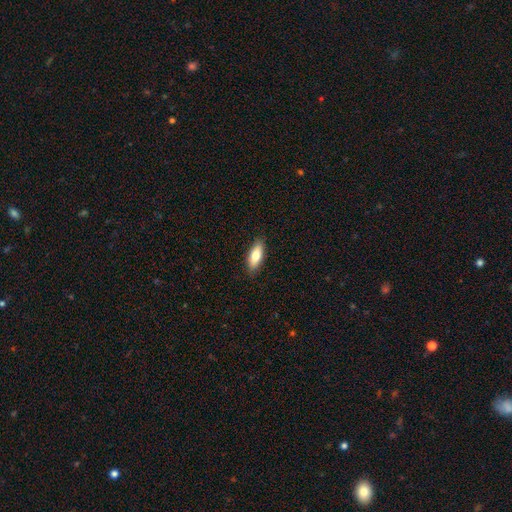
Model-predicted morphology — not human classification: Q: Smooth or featured?
A: smooth (76%); runner-up: featured or disk (18%)
Q: How rounded?
A: in between (70%); runner-up: cigar-shaped (28%)
Q: Merging?
A: none (88%); runner-up: minor disturbance (9%)